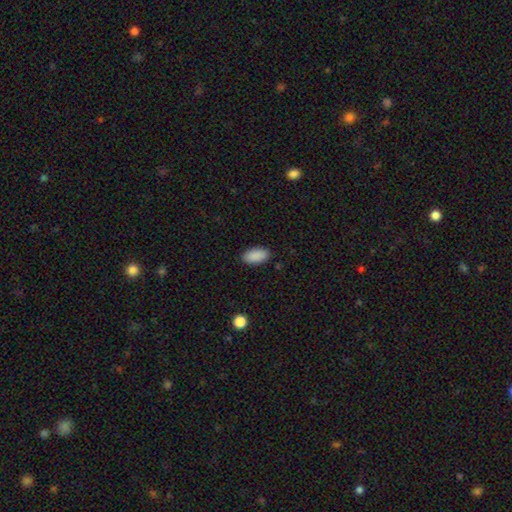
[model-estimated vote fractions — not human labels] Smooth or featured? smooth (90%)
How rounded? in between (93%)
Merging? none (89%)